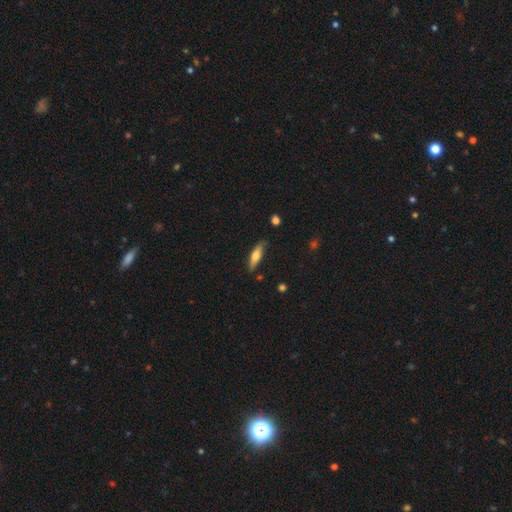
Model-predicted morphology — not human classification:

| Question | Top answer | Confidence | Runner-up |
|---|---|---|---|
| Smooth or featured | smooth | 61% | featured or disk (33%) |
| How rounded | cigar-shaped | 63% | in between (35%) |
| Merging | none | 77% | minor disturbance (18%) |